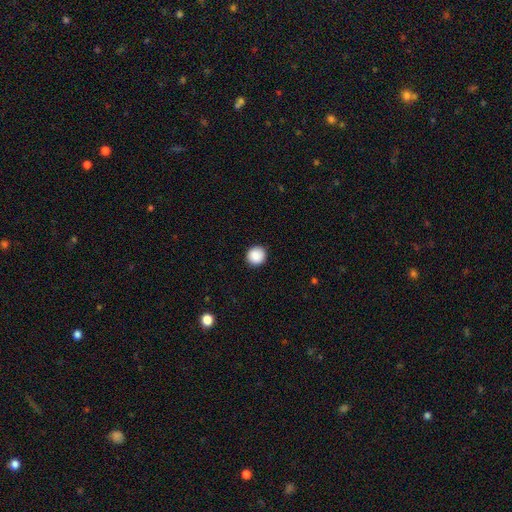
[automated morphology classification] A smooth galaxy with no disk features (89%) that is round (94%).

Vote fractions:
- Smooth or featured? smooth: 89% / star or artifact: 8% / featured or disk: 3%
- How rounded? round: 94% / in between: 5% / cigar-shaped: 1%
- Merging? none: 90% / minor disturbance: 7% / major disturbance: 2% / merger: 1%